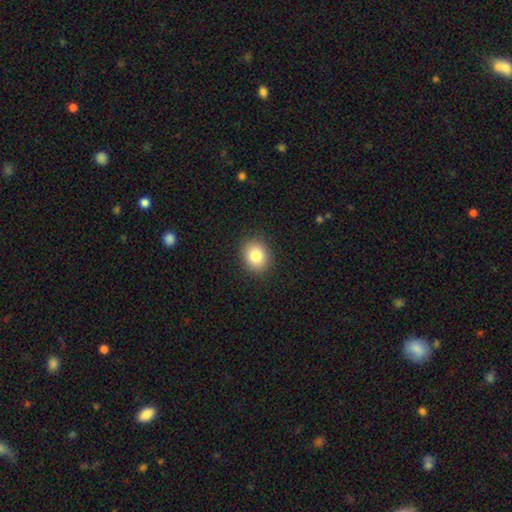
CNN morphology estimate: smooth-or-featured: smooth: 84% | star or artifact: 9% | featured or disk: 7%
  how-rounded: round: 60% | in between: 39% | cigar-shaped: 1%
  merging: none: 89% | minor disturbance: 8% | major disturbance: 2% | merger: 1%